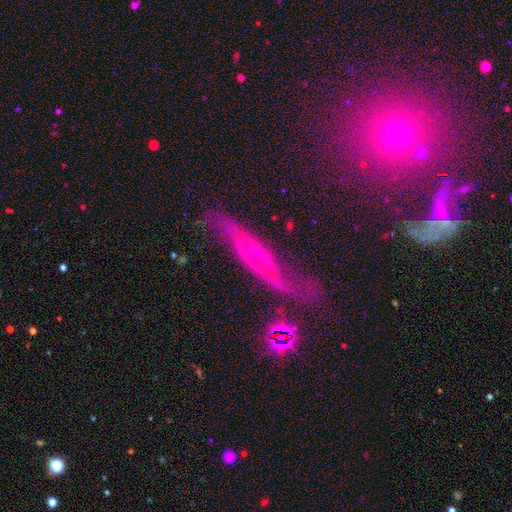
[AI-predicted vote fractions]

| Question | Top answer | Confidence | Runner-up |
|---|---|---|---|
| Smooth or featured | featured or disk | 76% | smooth (13%) |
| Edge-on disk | no | 65% | yes (35%) |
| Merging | none | 59% | minor disturbance (23%) |